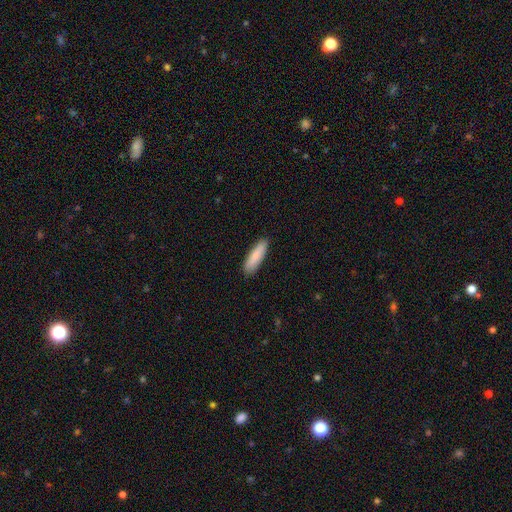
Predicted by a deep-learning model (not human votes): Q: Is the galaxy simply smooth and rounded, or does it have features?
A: smooth — 85%.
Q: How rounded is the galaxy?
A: cigar-shaped — 68%.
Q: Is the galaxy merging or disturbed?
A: none — 89%.